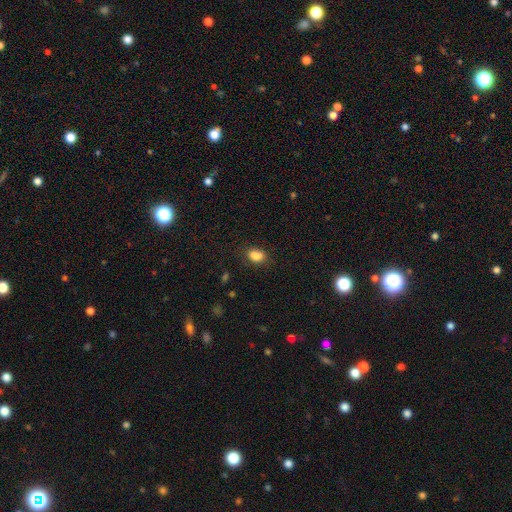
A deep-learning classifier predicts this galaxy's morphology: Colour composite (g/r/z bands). It shows a smooth galaxy with no disk features (84%) that is in between round and cigar-shaped (78%). Merging: none (70%).